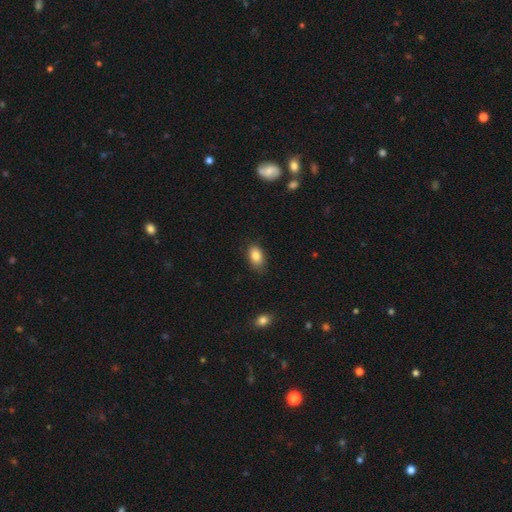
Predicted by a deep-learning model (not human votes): A smooth galaxy with no disk features (85%) that is in between round and cigar-shaped (89%). Merging: none (79%).